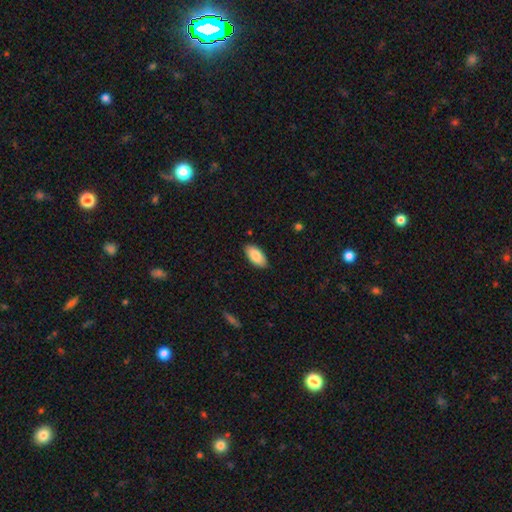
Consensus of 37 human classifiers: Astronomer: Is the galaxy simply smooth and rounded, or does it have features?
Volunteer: smooth — 86%.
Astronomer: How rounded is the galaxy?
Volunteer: in between — 81%.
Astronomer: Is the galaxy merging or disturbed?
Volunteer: none — 72%.